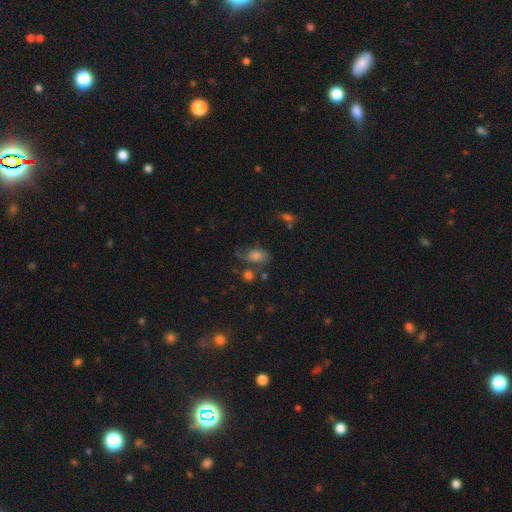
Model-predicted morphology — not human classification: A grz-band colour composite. It shows a smooth galaxy with no disk features (56%) that is in between round and cigar-shaped (79%). Merging: none (45%).